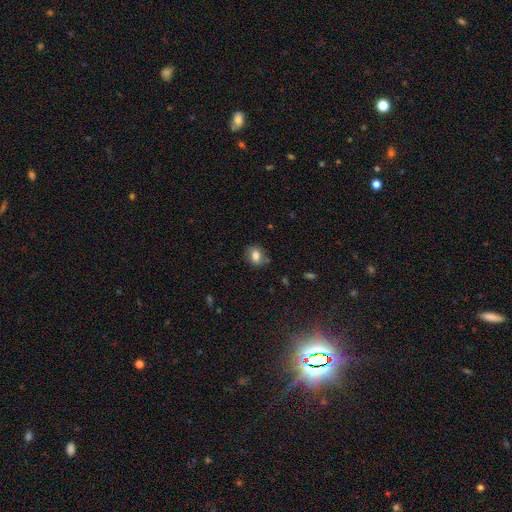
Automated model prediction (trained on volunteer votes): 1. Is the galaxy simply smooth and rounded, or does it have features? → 77% smooth, 13% featured or disk, 10% star or artifact.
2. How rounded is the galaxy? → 55% in between, 43% round, 1% cigar-shaped.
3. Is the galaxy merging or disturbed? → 75% none, 17% minor disturbance, 4% major disturbance, 4% merger.